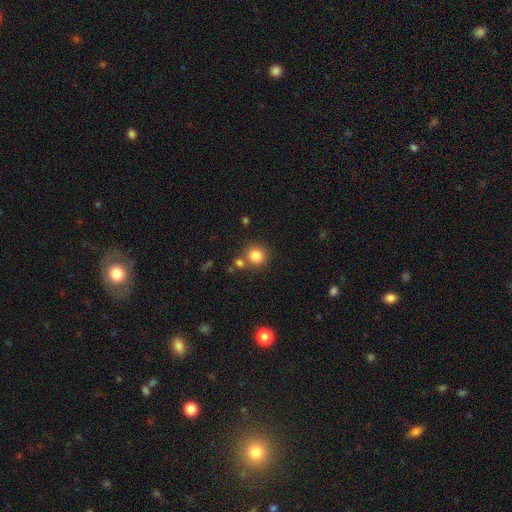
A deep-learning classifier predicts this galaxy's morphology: smooth-or-featured: smooth: 83% | star or artifact: 11% | featured or disk: 6%
  how-rounded: round: 91% | in between: 8% | cigar-shaped: 1%
  merging: none: 72% | merger: 16% | minor disturbance: 9% | major disturbance: 3%